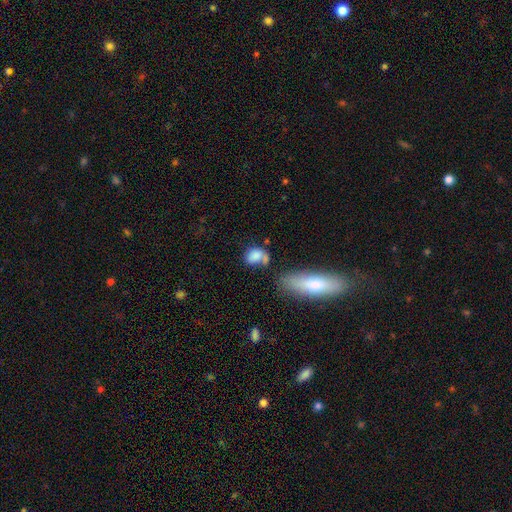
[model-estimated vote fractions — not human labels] smooth-or-featured: smooth: 77% | featured or disk: 13% | star or artifact: 9%
  how-rounded: in between: 70% | round: 27% | cigar-shaped: 3%
  merging: none: 35% | merger: 30% | minor disturbance: 20% | major disturbance: 15%